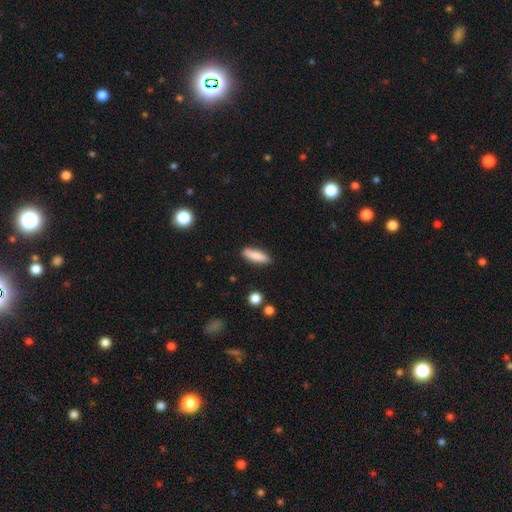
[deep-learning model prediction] The model was most divided on "how rounded": cigar-shaped: 59%, in between: 39%, round: 2%. More confident: merging — none (85%); smooth or featured — smooth (85%).